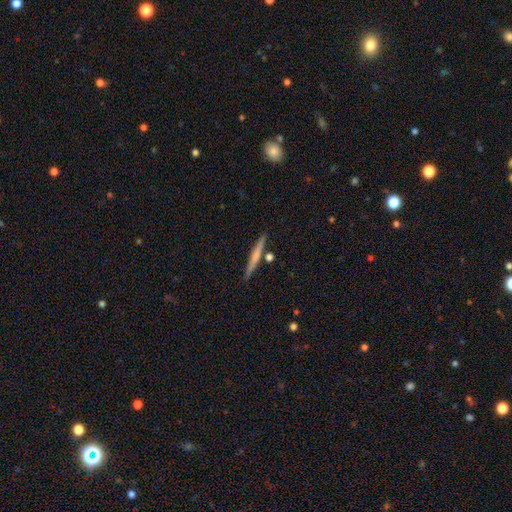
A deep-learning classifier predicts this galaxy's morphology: Smooth or featured?
  - smooth: 51% *
  - featured or disk: 44%
  - star or artifact: 6%
How rounded?
  - cigar-shaped: 95% *
  - in between: 3%
  - round: 2%
Merging?
  - none: 84% *
  - minor disturbance: 9%
  - merger: 5%
  - major disturbance: 2%